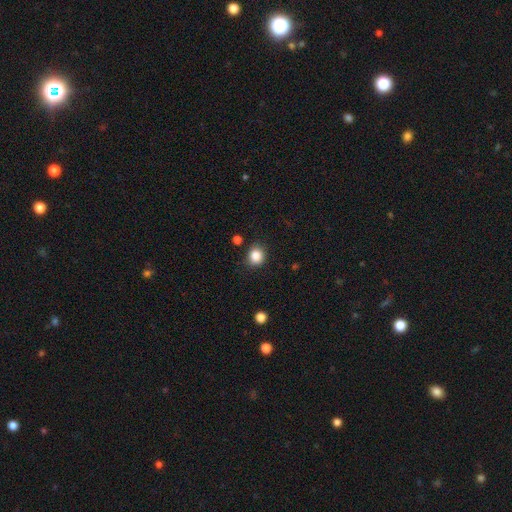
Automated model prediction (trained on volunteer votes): smooth-or-featured: smooth: 85% | star or artifact: 11% | featured or disk: 4%
  how-rounded: round: 79% | in between: 20% | cigar-shaped: 1%
  merging: none: 86% | minor disturbance: 10% | major disturbance: 3% | merger: 2%